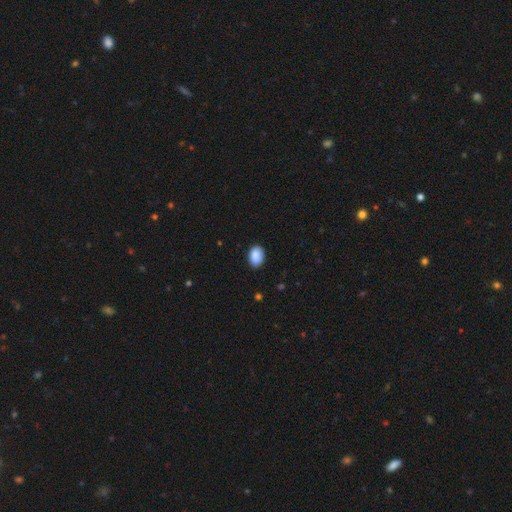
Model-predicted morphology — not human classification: Overall: smooth (90%). How rounded: in between (85%). Merging: none (85%).